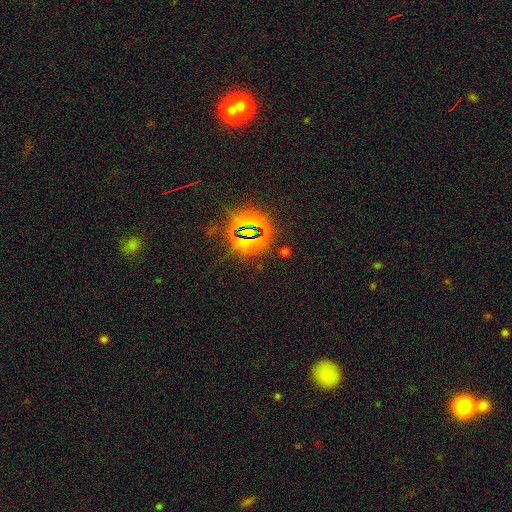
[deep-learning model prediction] smooth-or-featured: star or artifact: 76% | smooth: 13% | featured or disk: 11%